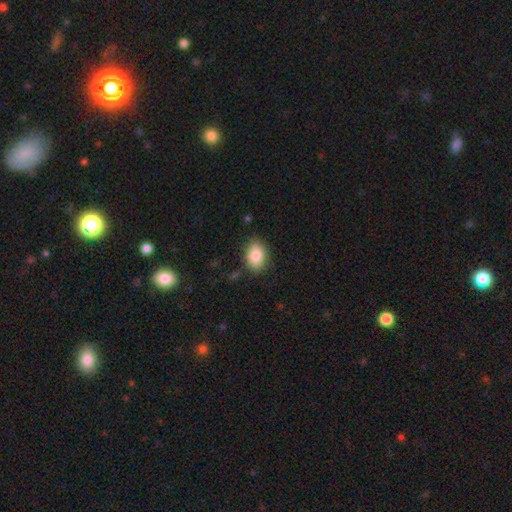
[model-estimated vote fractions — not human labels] Smooth or featured? Predicted: smooth (p=0.85). How rounded? Predicted: in between (p=0.76). Merging? Predicted: none (p=0.82).